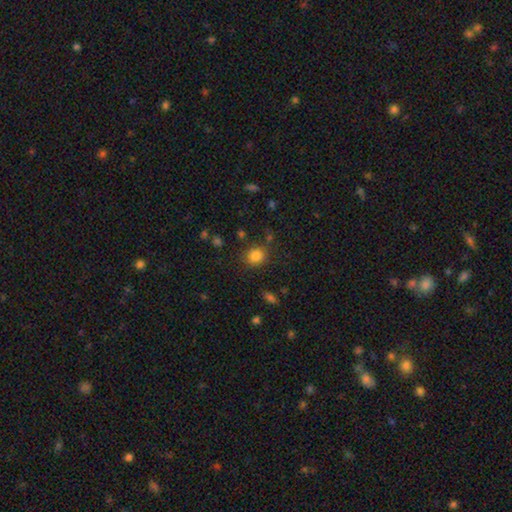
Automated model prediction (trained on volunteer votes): This appears to be a smooth galaxy with no disk features (84%) that is round (76%). Merging: none (80%).